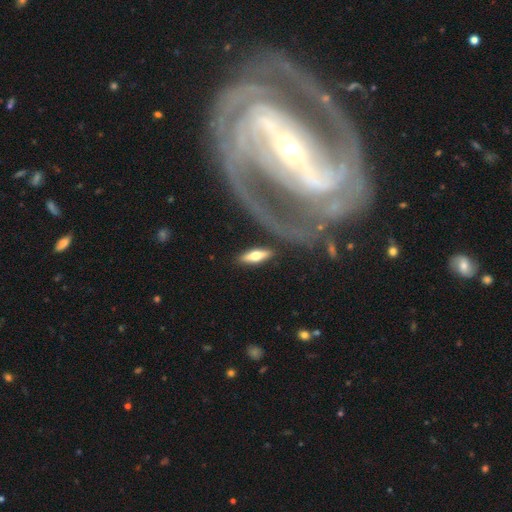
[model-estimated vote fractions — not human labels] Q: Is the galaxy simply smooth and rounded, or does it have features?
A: smooth — 56%.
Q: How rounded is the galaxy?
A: in between — 50%.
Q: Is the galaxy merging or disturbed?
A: none — 84%.